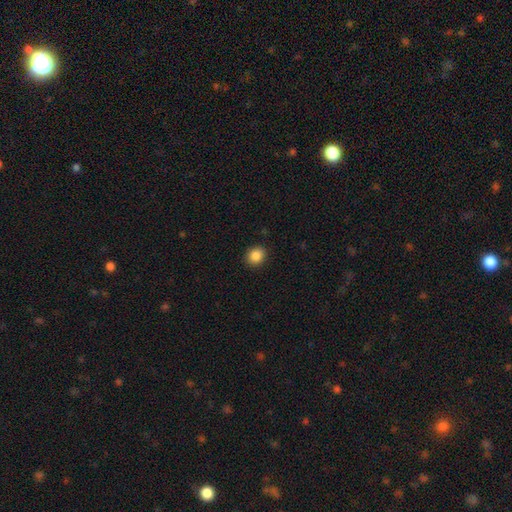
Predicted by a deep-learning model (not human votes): Smooth or featured? Predicted: smooth (p=0.87). How rounded? Predicted: round (p=0.77). Merging? Predicted: none (p=0.90).